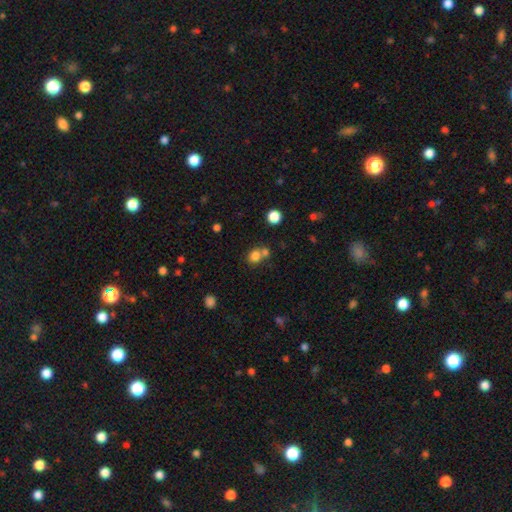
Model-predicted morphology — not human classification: This appears to be a smooth galaxy with no disk features (78%) that is round (76%). Merging: none (50%).